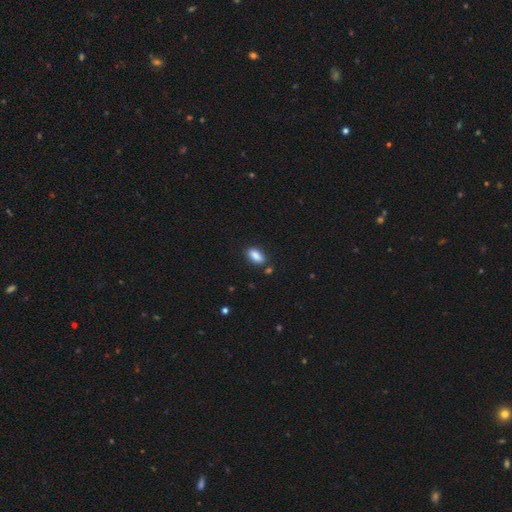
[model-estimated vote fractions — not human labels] Overall: smooth (87%). How rounded: in between (88%). Merging: none (80%).